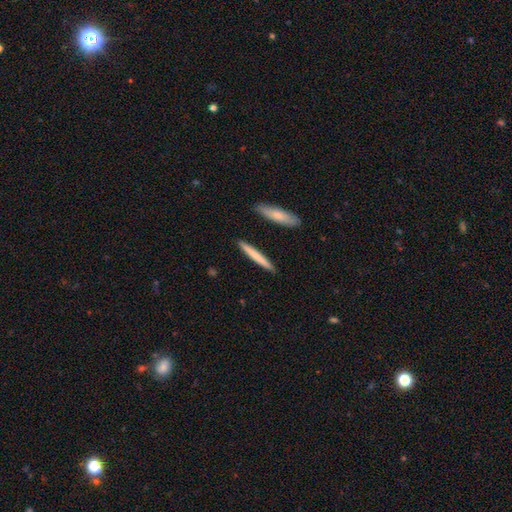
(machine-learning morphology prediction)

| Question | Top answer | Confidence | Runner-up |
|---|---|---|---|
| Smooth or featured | smooth | 69% | featured or disk (26%) |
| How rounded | cigar-shaped | 95% | in between (4%) |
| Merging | none | 89% | minor disturbance (6%) |